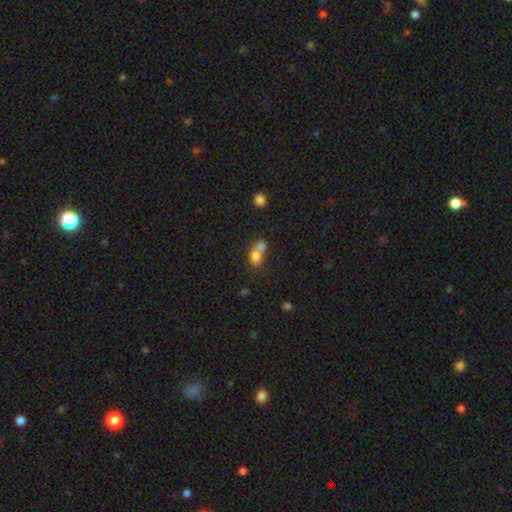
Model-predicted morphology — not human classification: Smooth or featured: smooth — 75% (featured or disk — 14%)
How rounded: in between — 54% (round — 44%)
Merging: merger — 67% (none — 22%)